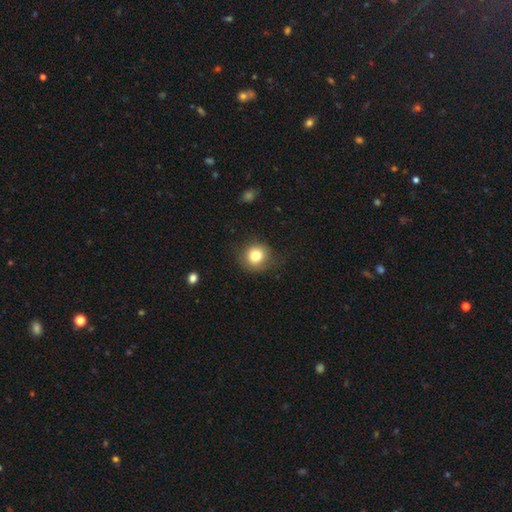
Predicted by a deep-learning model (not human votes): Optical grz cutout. It shows a smooth galaxy with no disk features (79%) that is round (88%). Merging: none (78%).